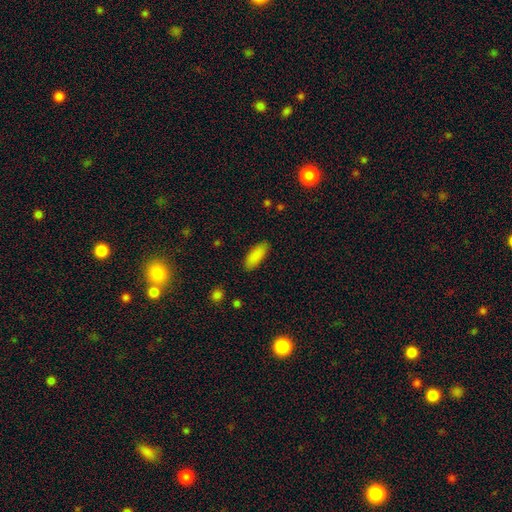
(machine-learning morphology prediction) Smooth or featured? Predicted: smooth (p=0.88). How rounded? Predicted: in between (p=0.76). Merging? Predicted: none (p=0.87).